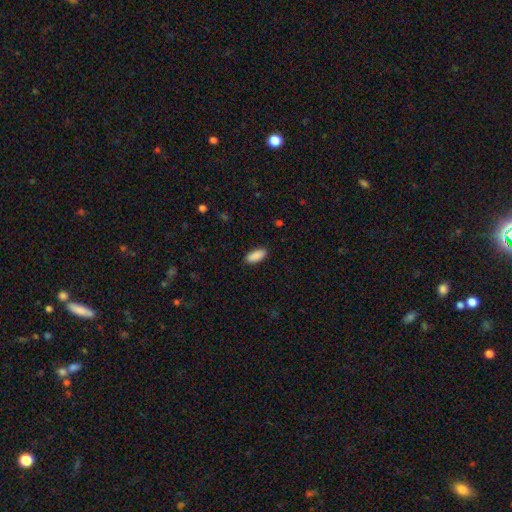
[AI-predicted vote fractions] Morphology: type=smooth (90%); roundness=in between (84%); merging=none (89%).